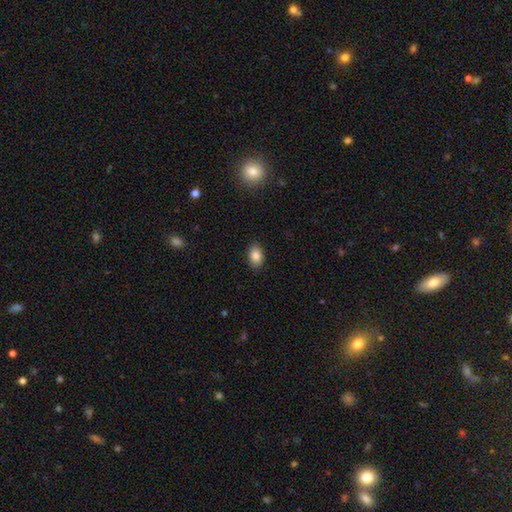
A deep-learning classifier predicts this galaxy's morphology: type=smooth (85%); roundness=in between (85%); merging=none (87%).